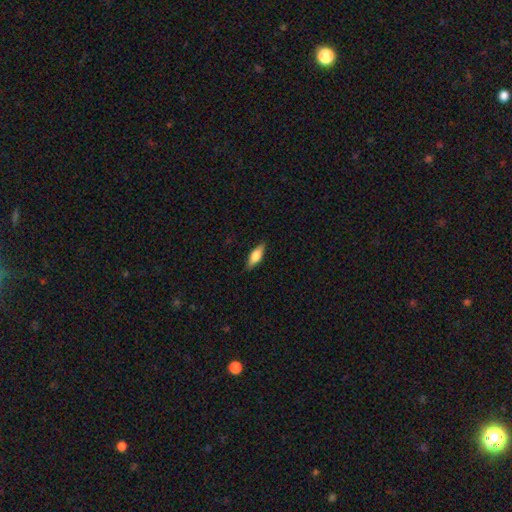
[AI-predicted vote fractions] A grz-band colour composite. It shows a smooth galaxy with no disk features (68%) that is in between round and cigar-shaped (64%). Merging: none (85%).